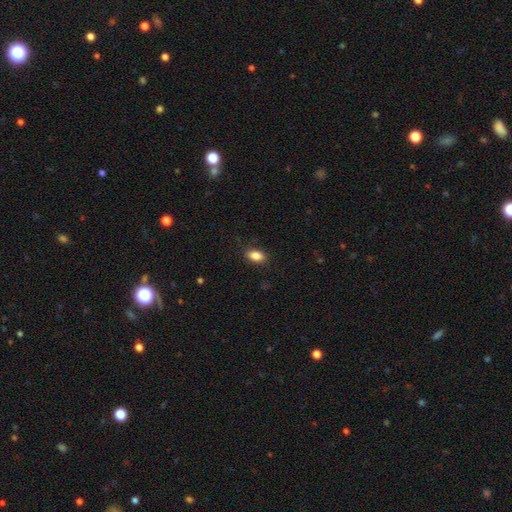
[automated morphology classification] smooth-or-featured: smooth: 86% | star or artifact: 8% | featured or disk: 6%
  how-rounded: in between: 87% | round: 10% | cigar-shaped: 3%
  merging: none: 87% | minor disturbance: 10% | major disturbance: 2% | merger: 1%